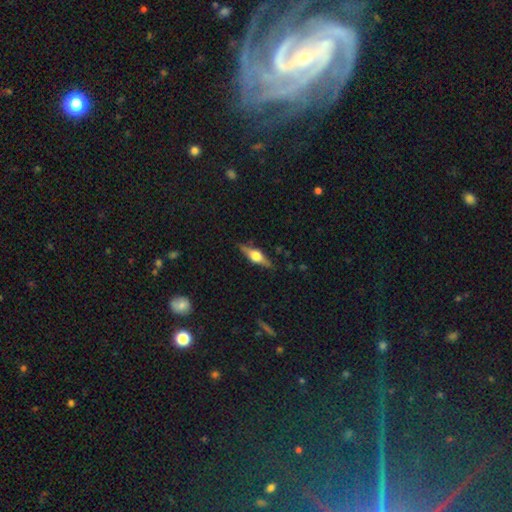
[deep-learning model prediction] Smooth or featured: featured or disk — 66% (smooth — 27%)
Edge-on disk: yes — 96% (no — 4%)
Edge-on bulge: rounded — 93% (boxy — 6%)
Merging: none — 85% (minor disturbance — 11%)